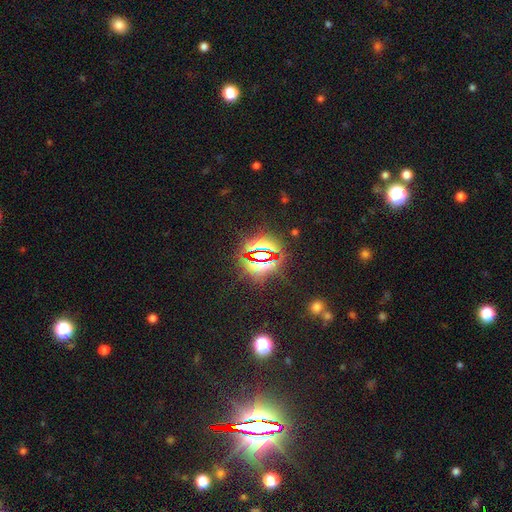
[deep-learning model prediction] Smooth or featured?
  - star or artifact: 80% *
  - smooth: 12%
  - featured or disk: 8%